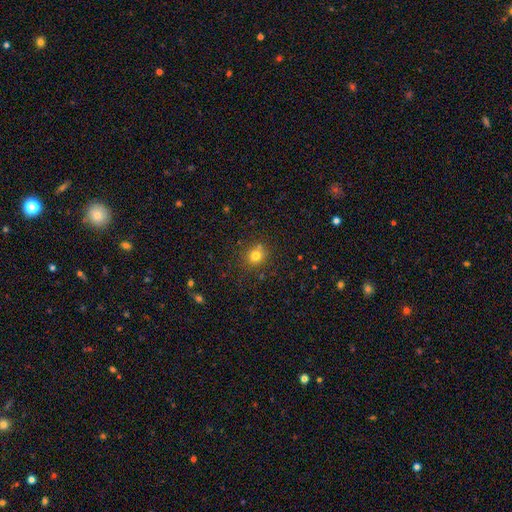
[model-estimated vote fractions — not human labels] smooth_or_featured: smooth (p=0.76) [alt: star or artifact p=0.16]
how_rounded: round (p=0.84) [alt: in between p=0.16]
merging: none (p=0.78) [alt: minor disturbance p=0.11]